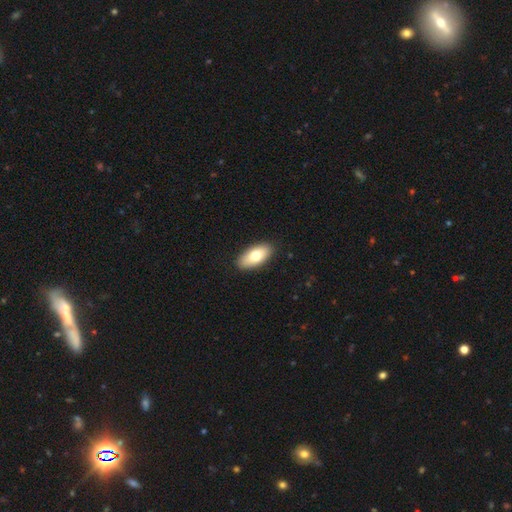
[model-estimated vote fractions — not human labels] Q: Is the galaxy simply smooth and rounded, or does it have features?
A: smooth — 74%.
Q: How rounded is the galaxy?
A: in between — 91%.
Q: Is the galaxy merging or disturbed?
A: none — 90%.